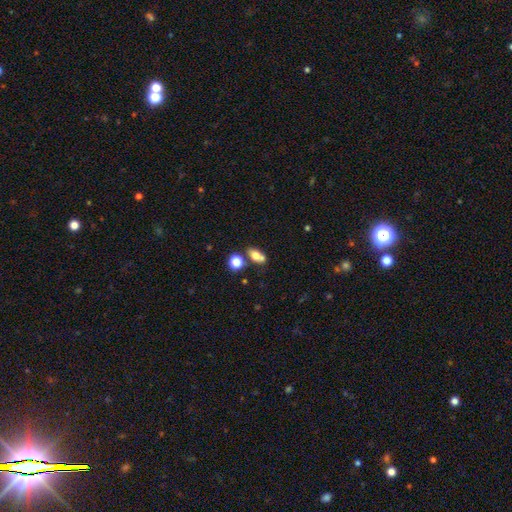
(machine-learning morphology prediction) This appears to be a smooth galaxy with no disk features (70%) that is in between round and cigar-shaped (74%). Merging: none (50%).